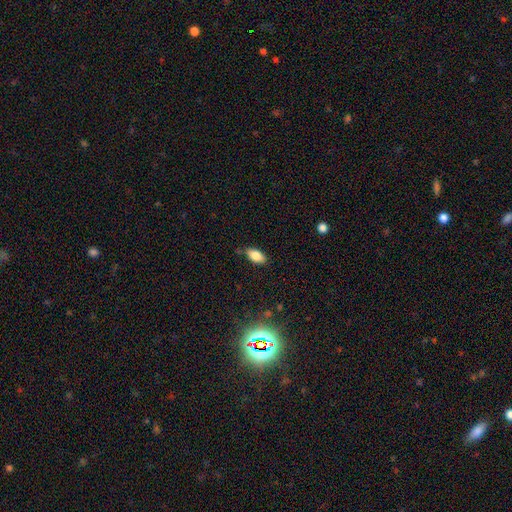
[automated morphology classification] smooth 84%, star or artifact 8%, featured or disk 8%. Down the decision tree: how rounded — in between (90%); merging — none (80%).